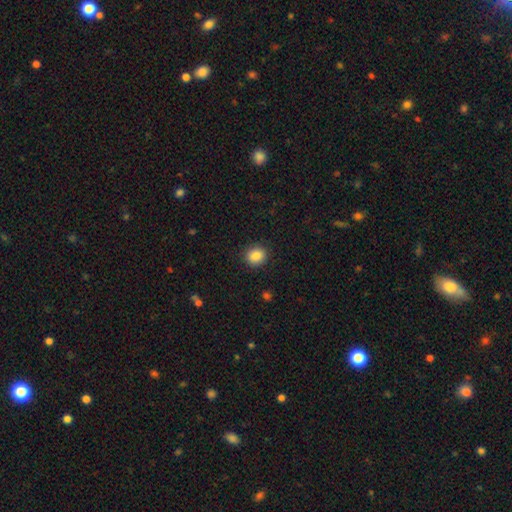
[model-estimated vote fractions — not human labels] Smooth or featured? Predicted: smooth (p=0.87). How rounded? Predicted: round (p=0.70). Merging? Predicted: none (p=0.90).